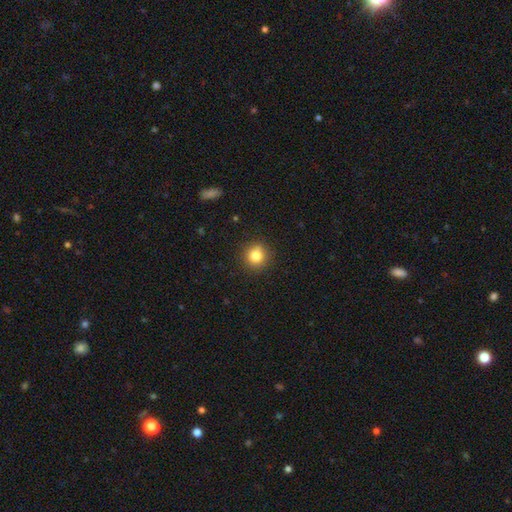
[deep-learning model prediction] Overall: smooth (83%). How rounded: round (90%). Merging: none (90%).